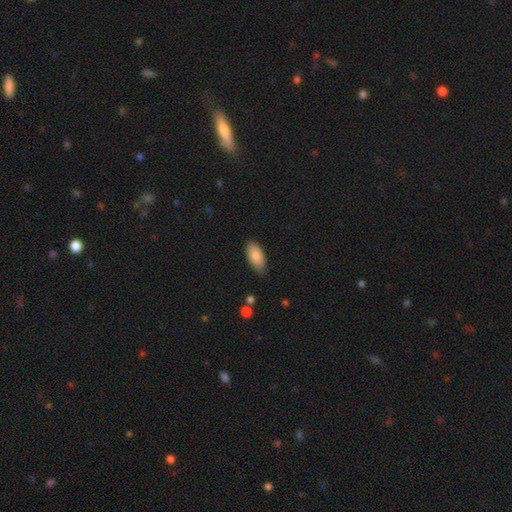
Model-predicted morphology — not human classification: Smooth or featured? Predicted: smooth (p=0.87). How rounded? Predicted: in between (p=0.92). Merging? Predicted: none (p=0.80).